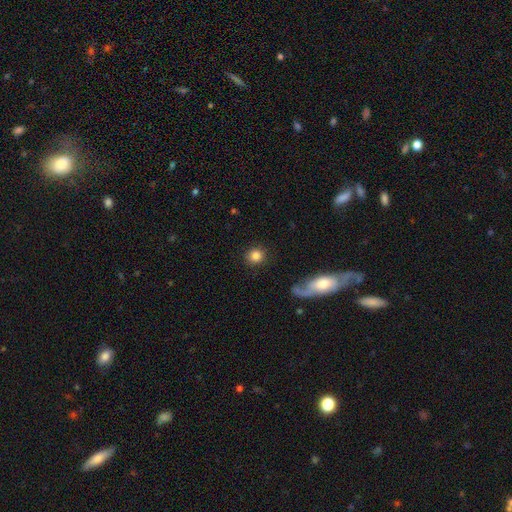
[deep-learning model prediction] smooth_or_featured: smooth (p=0.83) [alt: star or artifact p=0.09]
how_rounded: round (p=0.89) [alt: in between p=0.10]
merging: none (p=0.88) [alt: minor disturbance p=0.06]